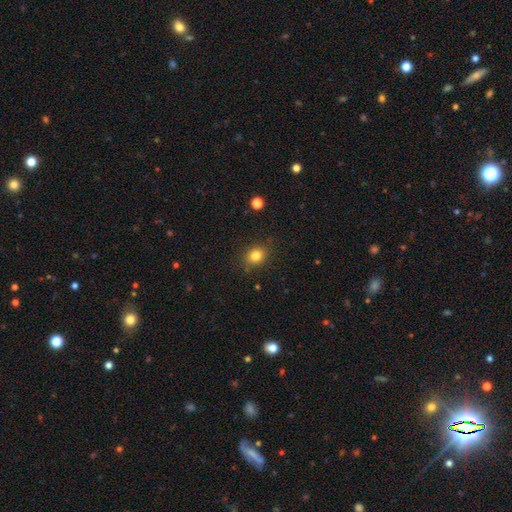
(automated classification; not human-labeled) A smooth galaxy with no disk features (82%) that is round (65%). Merging: none (85%).